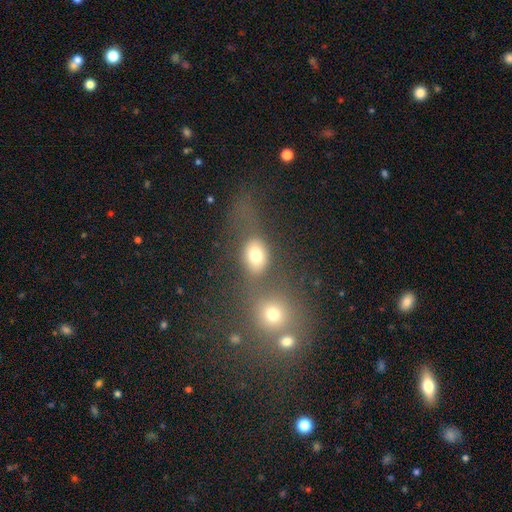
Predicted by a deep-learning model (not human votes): A smooth galaxy with no disk features (74%) that is in between round and cigar-shaped (57%).

Vote fractions:
- Smooth or featured? smooth: 74% / featured or disk: 14% / star or artifact: 12%
- How rounded? in between: 57% / round: 41% / cigar-shaped: 2%
- Merging? none: 39% / merger: 37% / major disturbance: 12% / minor disturbance: 12%